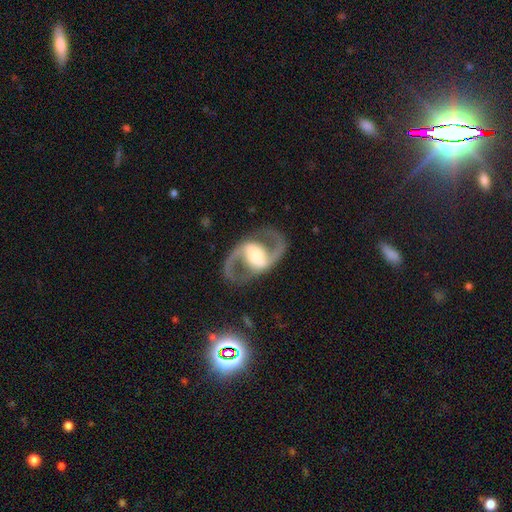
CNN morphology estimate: This is clearly a featured or disk galaxy (91%). It is clearly not viewed edge-on (97%). Bar: possibly strong (54%). Spiral arm pattern: clearly yes (95%). Spiral arm count: clearly 2 (94%). Spiral winding: possibly medium (58%). Central bulge: possibly moderate (52%). Merging: clearly none (84%).